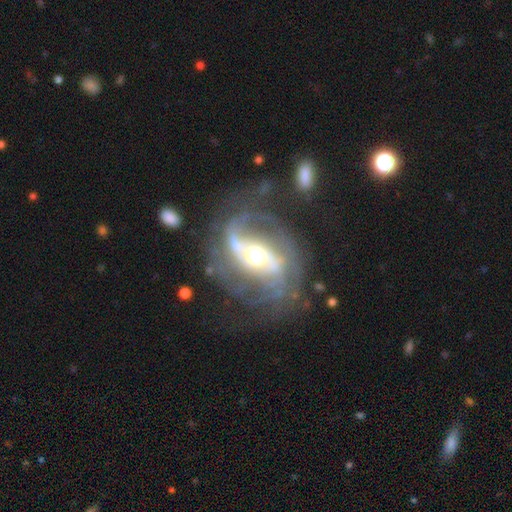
A featured or disk galaxy (82%) with a strong bar (41%), 2 (80%) medium (40%) spiral arms (94%) and a moderate central bulge (62%).

Vote fractions:
- Smooth or featured? featured or disk: 82% / smooth: 10% / star or artifact: 8%
- Edge-on disk? no: 100% / yes: 0%
- Bar? strong: 41% / weak: 31% / no: 28%
- Spiral arms? yes: 94% / no: 6%
- Spiral winding? medium: 40% / loose: 33% / tight: 27%
- Spiral arm count? 2: 80% / can't tell: 10% / 1: 7% / 4: 3% / 3: 0% / more than 4: 0%
- Bulge size? moderate: 62% / large: 22% / small: 12% / dominant: 3% / none: 0%
- Merging? none: 61% / minor disturbance: 19% / major disturbance: 14% / merger: 6%